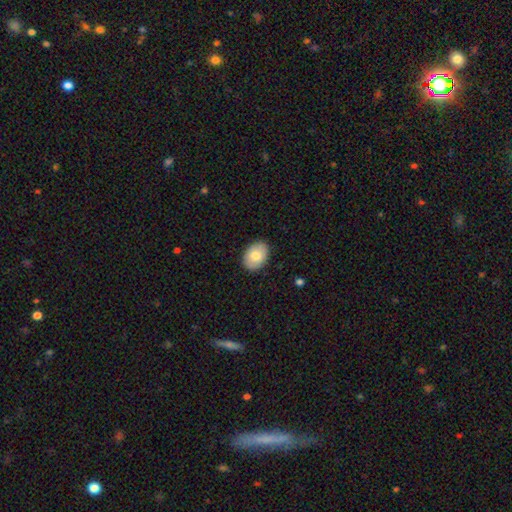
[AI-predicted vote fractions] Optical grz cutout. It shows a smooth galaxy with no disk features (81%) that is in between round and cigar-shaped (78%). Merging: none (89%).